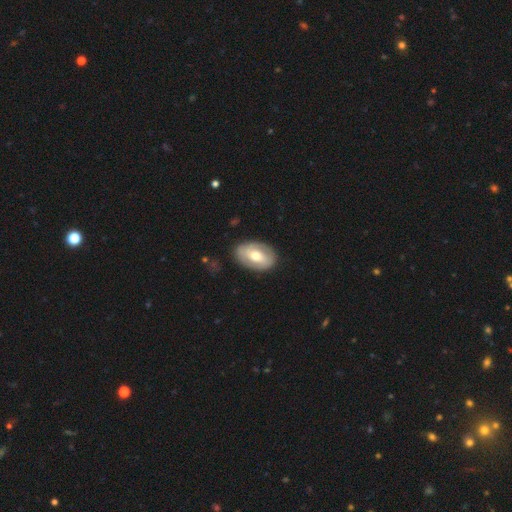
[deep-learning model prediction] The model was most divided on "smooth or featured": featured or disk: 49%, smooth: 46%, star or artifact: 5%. More confident: merging — none (84%).